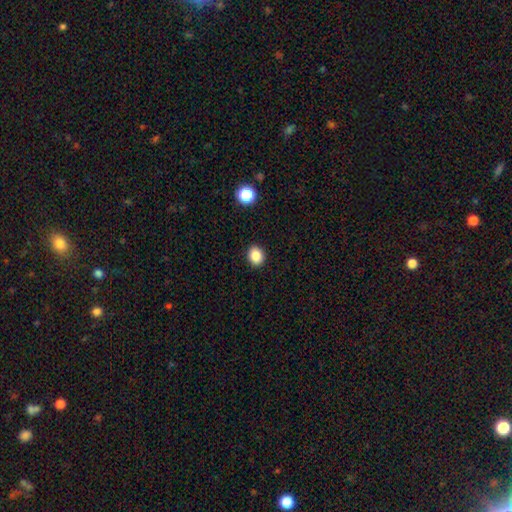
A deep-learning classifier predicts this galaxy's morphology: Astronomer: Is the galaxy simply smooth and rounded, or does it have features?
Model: smooth — 86%.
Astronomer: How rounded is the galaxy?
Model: round — 58% (runner-up: in between, 41%).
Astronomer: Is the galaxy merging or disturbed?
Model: none — 90%.